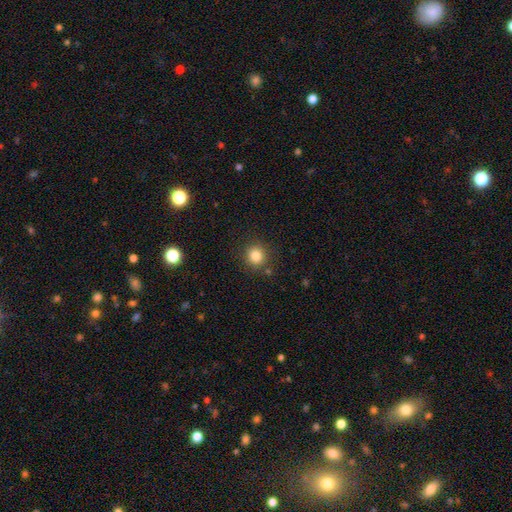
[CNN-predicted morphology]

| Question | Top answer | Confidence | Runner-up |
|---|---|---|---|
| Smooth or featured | smooth | 83% | star or artifact (12%) |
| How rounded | round | 91% | in between (8%) |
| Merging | none | 87% | minor disturbance (7%) |